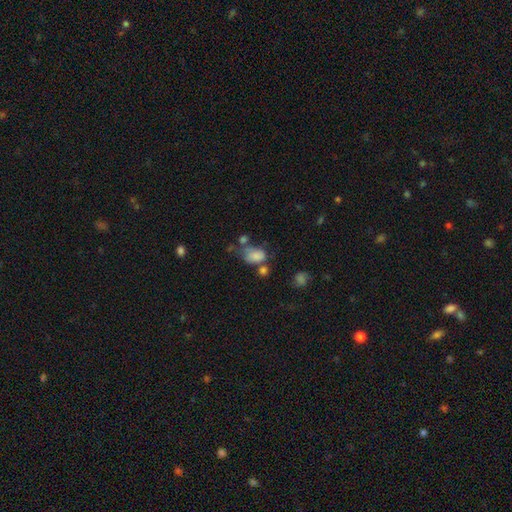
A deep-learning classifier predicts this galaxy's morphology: Overall: smooth (76%). How rounded: in between (78%). Merging: none (30%; merger 29%).